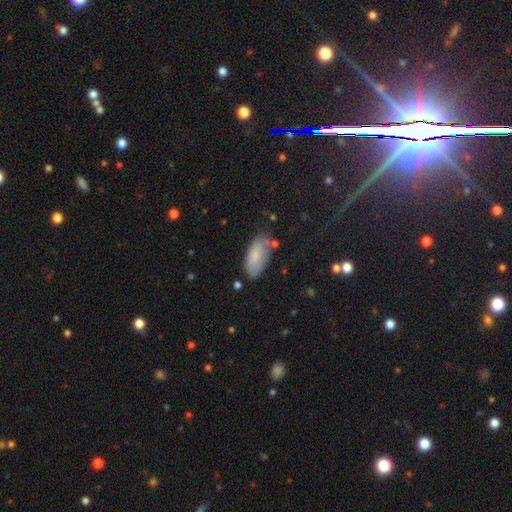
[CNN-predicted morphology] Smooth or featured? Predicted: smooth (p=0.75). How rounded? Predicted: in between (p=0.90). Merging? Predicted: none (p=0.67).